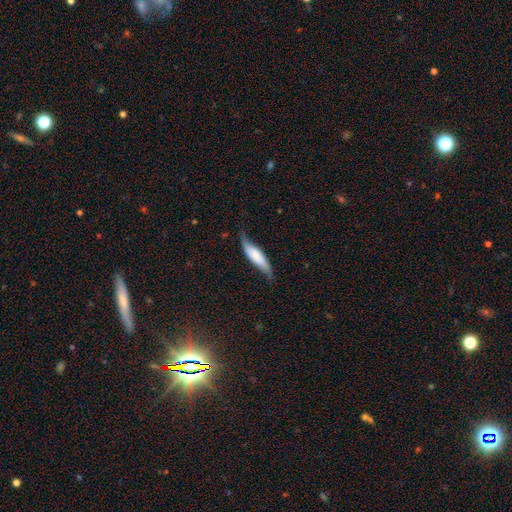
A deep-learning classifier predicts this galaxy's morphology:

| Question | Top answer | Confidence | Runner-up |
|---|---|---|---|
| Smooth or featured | smooth | 53% | featured or disk (41%) |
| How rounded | cigar-shaped | 62% | in between (36%) |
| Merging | none | 59% | minor disturbance (31%) |